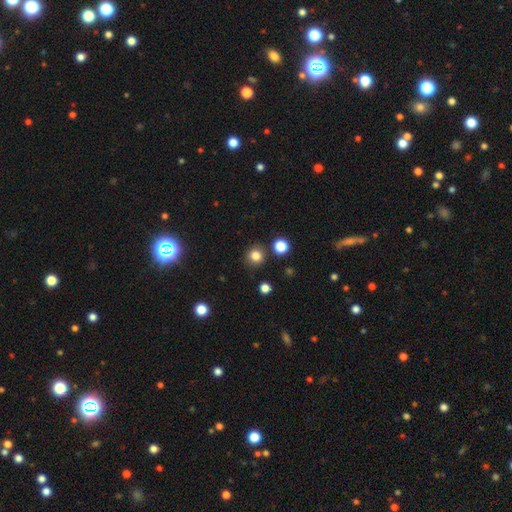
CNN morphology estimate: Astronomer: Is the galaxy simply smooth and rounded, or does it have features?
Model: smooth — 81%.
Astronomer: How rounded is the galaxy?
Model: round — 90%.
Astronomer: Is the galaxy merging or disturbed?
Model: none — 86%.